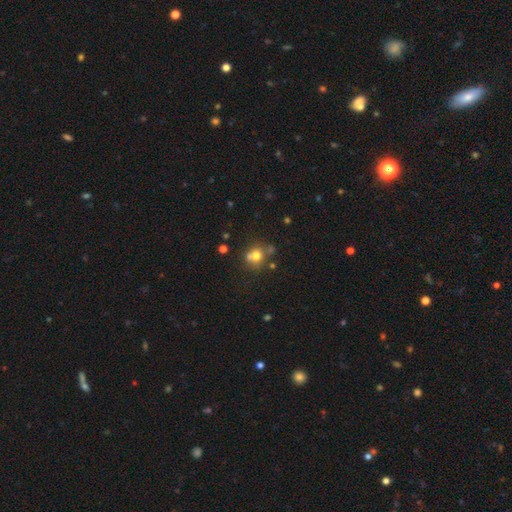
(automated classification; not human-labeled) This is likely a smooth galaxy (69%). How rounded: clearly round (81%). Merging: possibly none (54%).